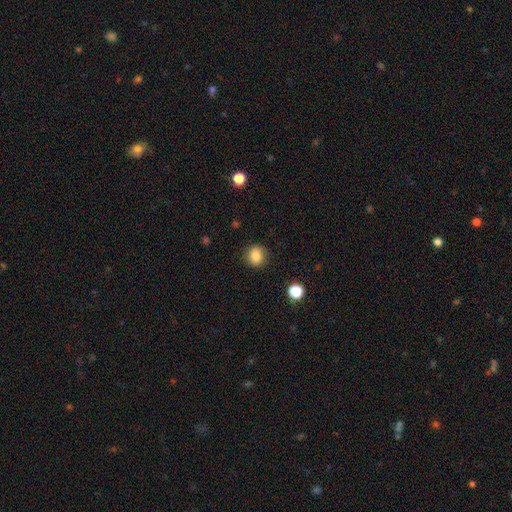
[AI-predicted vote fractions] Smooth or featured?
  - smooth: 82% *
  - star or artifact: 11%
  - featured or disk: 7%
How rounded?
  - round: 74% *
  - in between: 25%
  - cigar-shaped: 1%
Merging?
  - none: 85% *
  - minor disturbance: 10%
  - major disturbance: 3%
  - merger: 1%